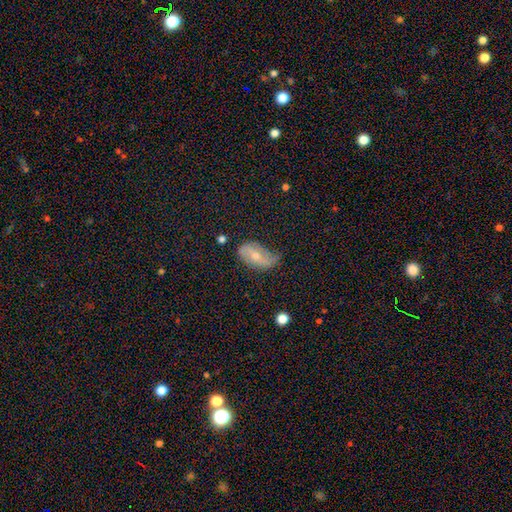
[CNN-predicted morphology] type=featured or disk (54%); edge-on=no (93%); merging=none (42%).